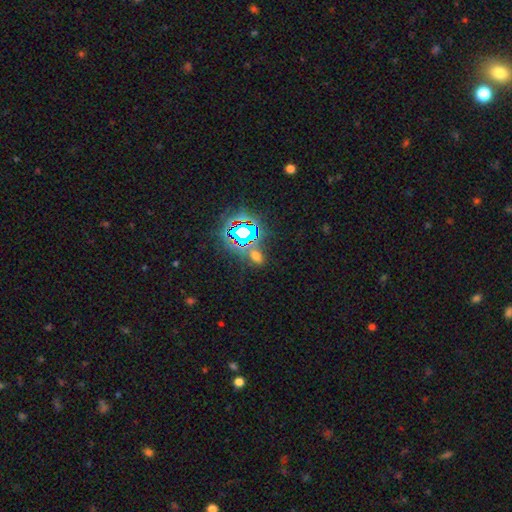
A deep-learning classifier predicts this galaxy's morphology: smooth_or_featured: star or artifact (p=0.47) [alt: smooth p=0.43]